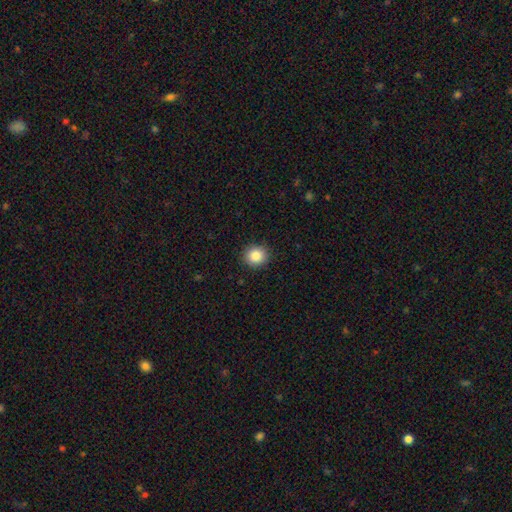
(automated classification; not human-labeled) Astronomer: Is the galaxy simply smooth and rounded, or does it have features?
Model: smooth — 86%.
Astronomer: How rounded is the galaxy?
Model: round — 85%.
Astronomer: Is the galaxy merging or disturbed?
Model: none — 91%.